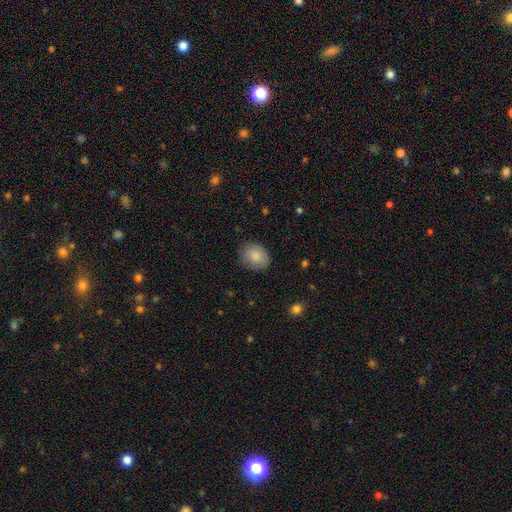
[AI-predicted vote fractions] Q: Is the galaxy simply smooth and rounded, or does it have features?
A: smooth — 85%.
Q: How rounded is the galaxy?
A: round — 53%.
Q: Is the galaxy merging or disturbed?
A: none — 81%.